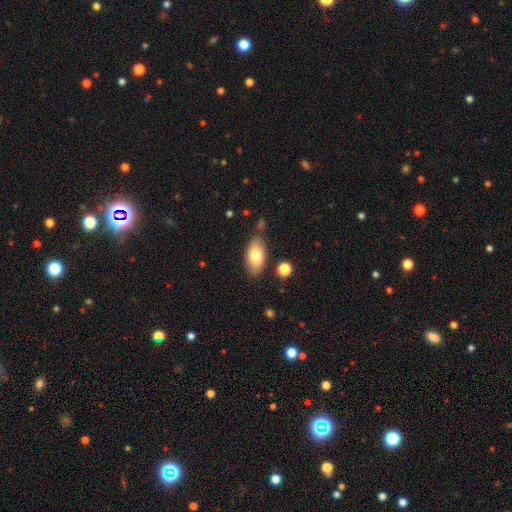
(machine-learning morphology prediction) smooth_or_featured: smooth (p=0.76) [alt: featured or disk p=0.17]
how_rounded: in between (p=0.91) [alt: cigar-shaped p=0.05]
merging: none (p=0.81) [alt: minor disturbance p=0.13]